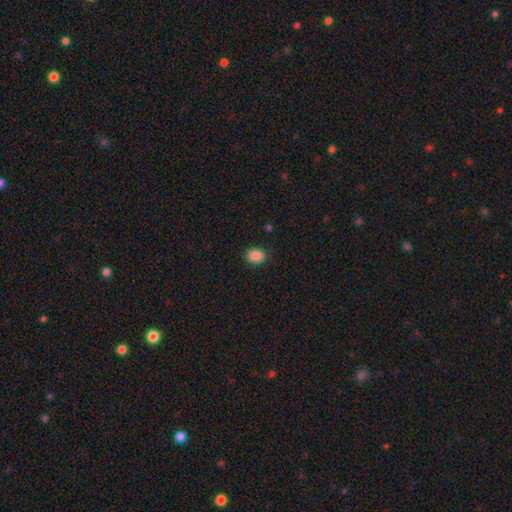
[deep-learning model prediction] This appears to be a smooth galaxy with no disk features (88%) that is in between round and cigar-shaped (56%). Merging: none (89%).